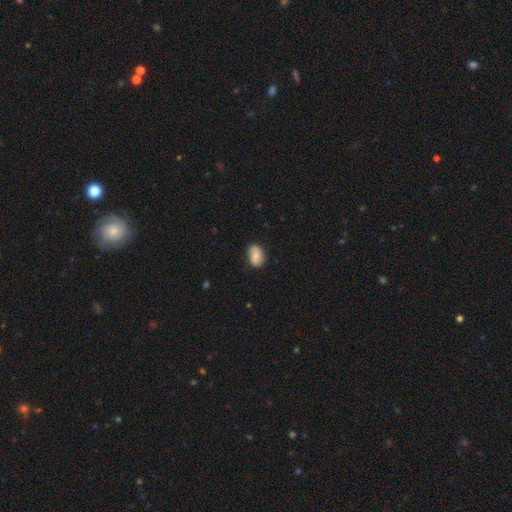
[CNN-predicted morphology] A smooth galaxy with no disk features (63%) that is in between round and cigar-shaped (81%).

Vote fractions:
- Smooth or featured? smooth: 63% / featured or disk: 29% / star or artifact: 8%
- How rounded? in between: 81% / round: 18% / cigar-shaped: 1%
- Merging? none: 73% / minor disturbance: 21% / major disturbance: 4% / merger: 1%